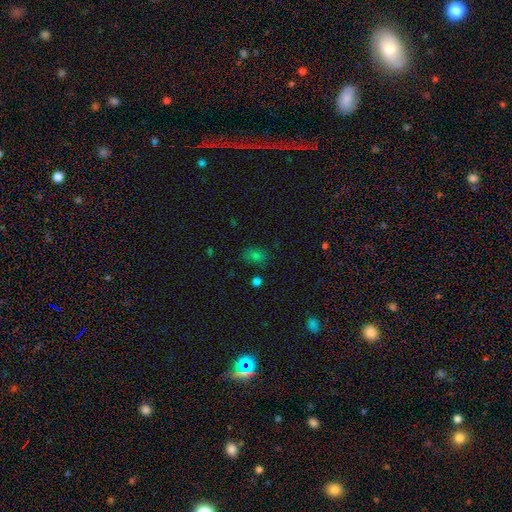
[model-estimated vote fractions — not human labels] A smooth galaxy with no disk features (67%) that is in between round and cigar-shaped (74%).

Vote fractions:
- Smooth or featured? smooth: 67% / star or artifact: 24% / featured or disk: 9%
- How rounded? in between: 74% / round: 24% / cigar-shaped: 2%
- Merging? none: 72% / minor disturbance: 18% / major disturbance: 6% / merger: 4%